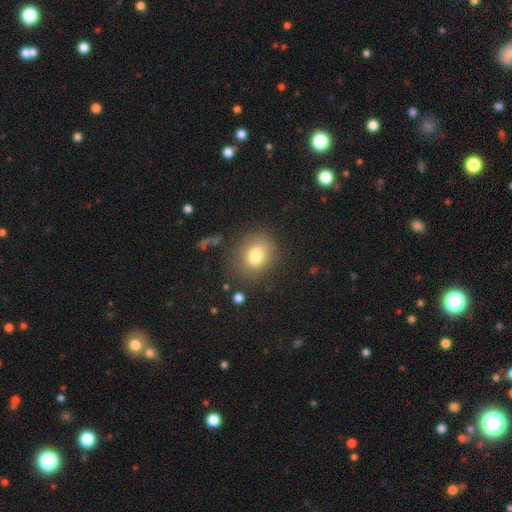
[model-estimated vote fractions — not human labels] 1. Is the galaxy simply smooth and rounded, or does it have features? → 78% smooth, 12% star or artifact, 11% featured or disk.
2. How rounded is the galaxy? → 65% round, 34% in between, 1% cigar-shaped.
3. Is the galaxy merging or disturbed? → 79% none, 13% minor disturbance, 5% major disturbance, 2% merger.